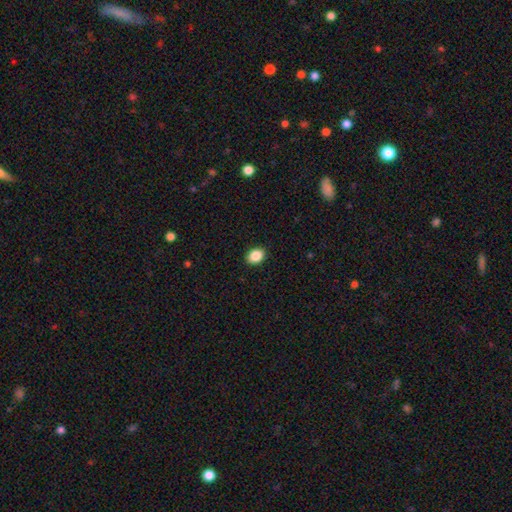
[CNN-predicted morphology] This appears to be a smooth galaxy with no disk features (88%) that is in between round and cigar-shaped (74%). Merging: none (91%).